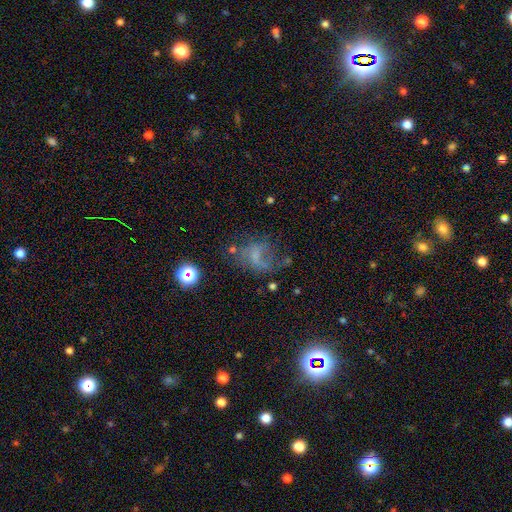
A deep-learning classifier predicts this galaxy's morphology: Smooth or featured?
  - featured or disk: 41% *
  - smooth: 35%
  - star or artifact: 24%
Merging?
  - none: 37% *
  - major disturbance: 36%
  - minor disturbance: 21%
  - merger: 7%